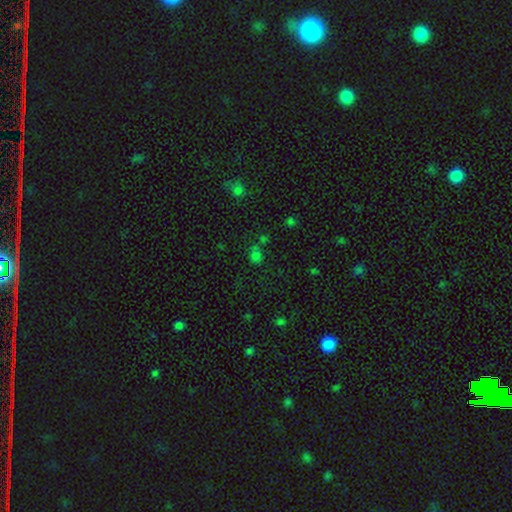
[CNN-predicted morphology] Q: Smooth or featured?
A: smooth (61%); runner-up: star or artifact (33%)
Q: How rounded?
A: round (71%); runner-up: in between (27%)
Q: Merging?
A: none (62%); runner-up: merger (17%)